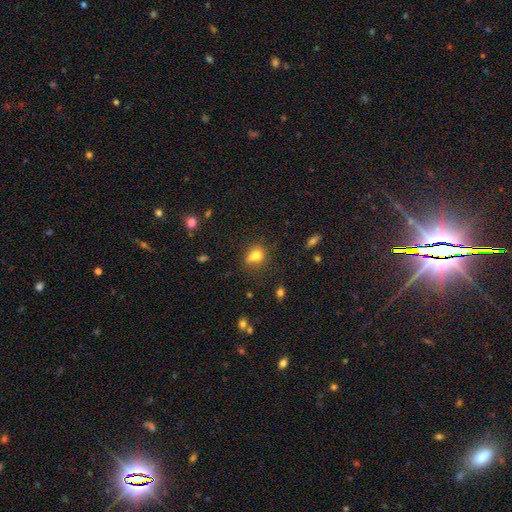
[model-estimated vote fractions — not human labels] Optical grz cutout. It shows a smooth galaxy with no disk features (77%) that is in between round and cigar-shaped (58%). Merging: none (52%).